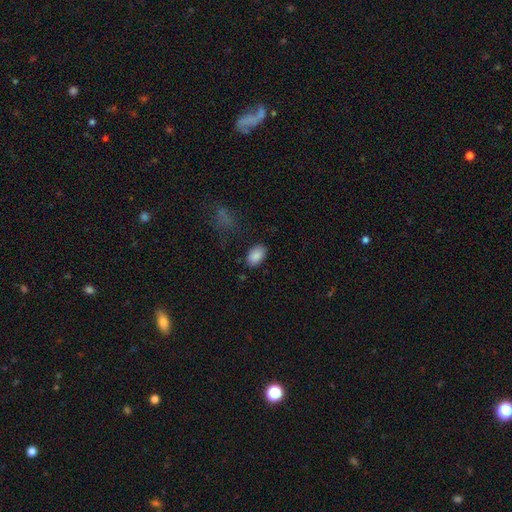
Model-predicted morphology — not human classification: Smooth or featured: smooth — 88% (star or artifact — 7%)
How rounded: in between — 91% (round — 8%)
Merging: none — 84% (minor disturbance — 11%)